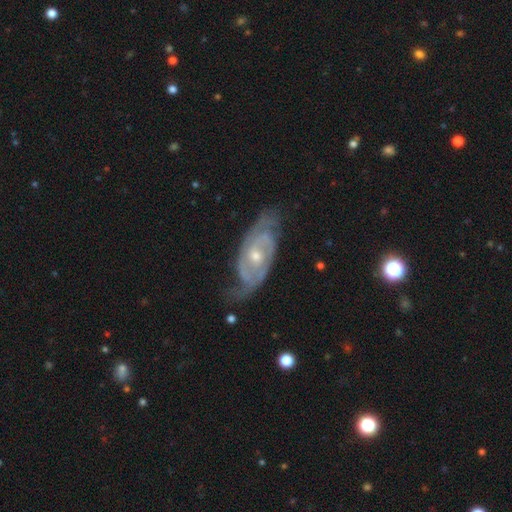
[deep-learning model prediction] featured or disk 88%, smooth 7%, star or artifact 5%. Down the decision tree: edge-on disk — no (93%); bar — no (63%); spiral arms — yes (96%); spiral arm count — 2 (68%); spiral winding — tight (57%); bulge size — moderate (48%, tied with small); merging — none (67%).